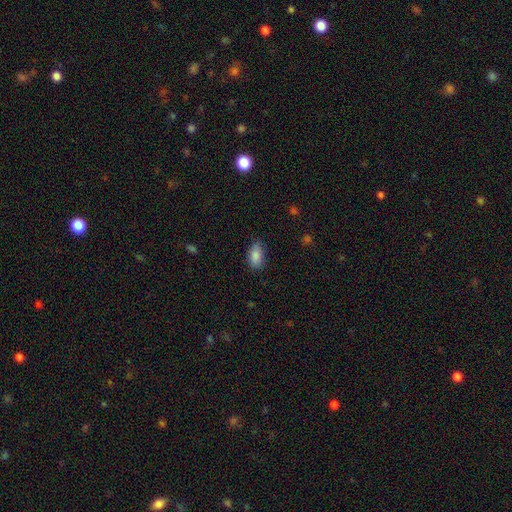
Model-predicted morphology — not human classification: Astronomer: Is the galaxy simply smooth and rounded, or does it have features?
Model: smooth — 88%.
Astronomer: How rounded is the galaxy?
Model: in between — 92%.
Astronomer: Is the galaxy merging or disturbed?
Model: none — 80%.